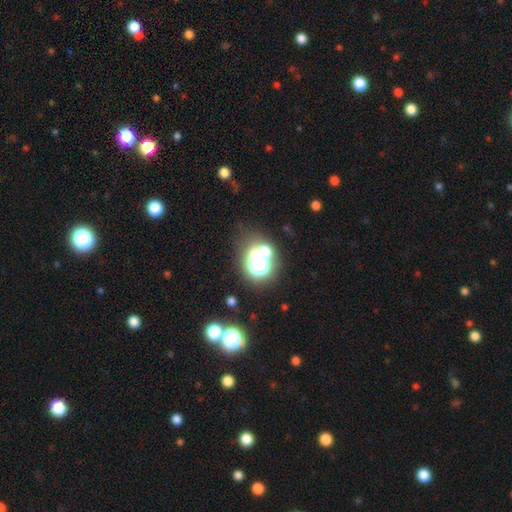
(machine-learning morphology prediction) Smooth or featured?
  - star or artifact: 45% *
  - smooth: 40%
  - featured or disk: 14%